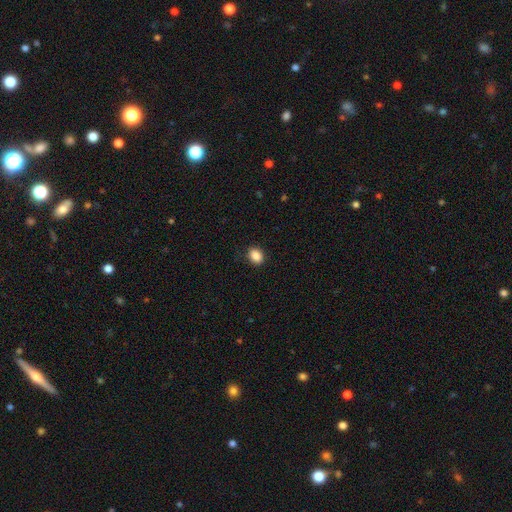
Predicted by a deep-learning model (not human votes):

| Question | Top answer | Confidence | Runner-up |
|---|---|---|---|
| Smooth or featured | smooth | 88% | star or artifact (9%) |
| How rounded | in between | 60% | round (39%) |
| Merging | none | 87% | minor disturbance (9%) |